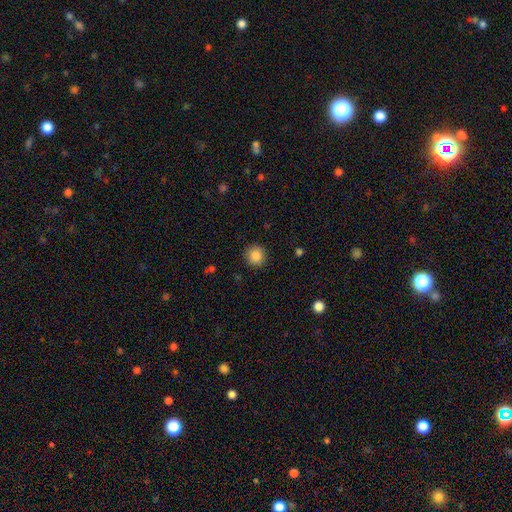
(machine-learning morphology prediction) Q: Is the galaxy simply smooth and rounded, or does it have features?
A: smooth — 86%.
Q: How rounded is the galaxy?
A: round — 93%.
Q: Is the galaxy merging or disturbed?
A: none — 91%.